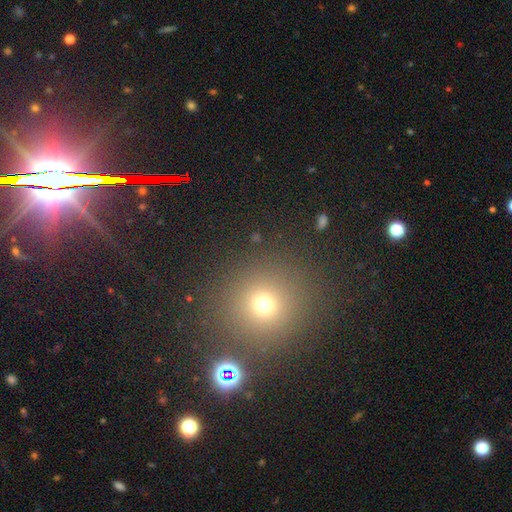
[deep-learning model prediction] smooth-or-featured: star or artifact: 45% | smooth: 44% | featured or disk: 11%